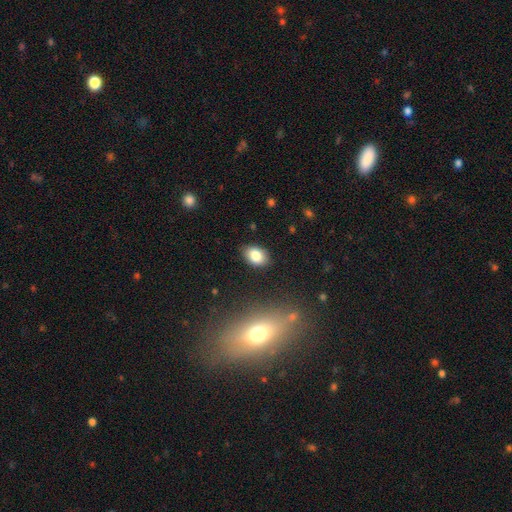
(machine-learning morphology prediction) type=smooth (84%); roundness=in between (83%); merging=none (86%).